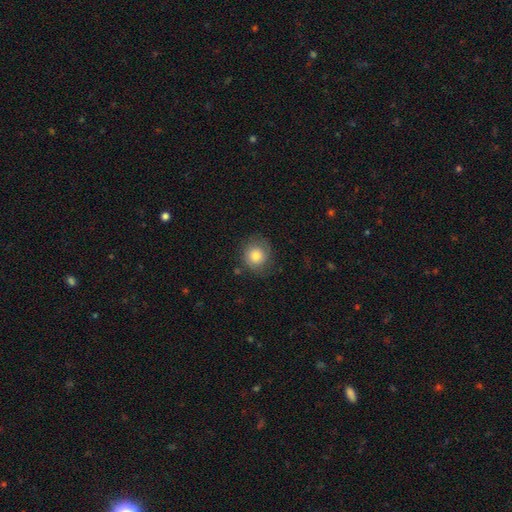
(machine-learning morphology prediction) type=smooth (77%); roundness=round (84%); merging=none (72%).